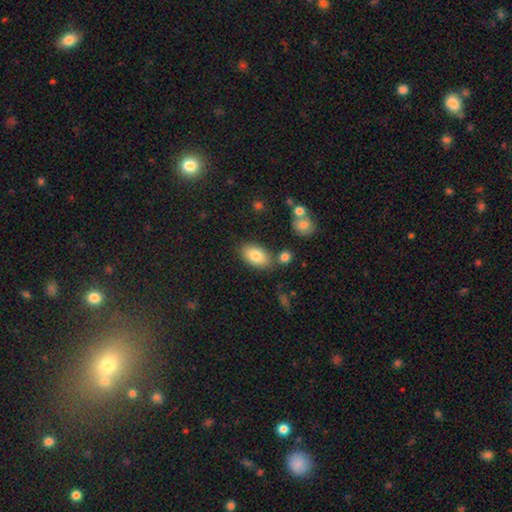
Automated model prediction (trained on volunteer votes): Morphology: type=smooth (82%); roundness=in between (93%); merging=none (76%).